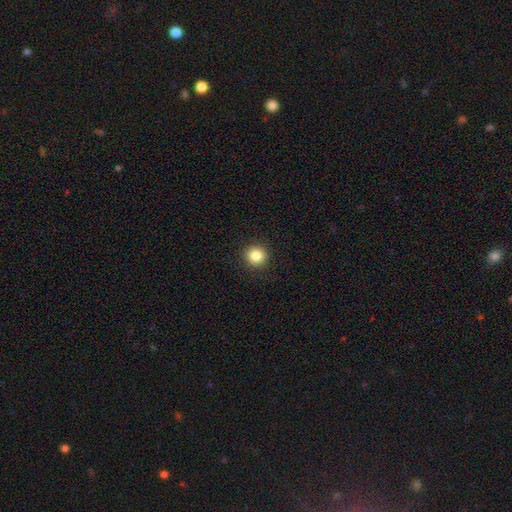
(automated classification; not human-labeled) Smooth or featured?
  - smooth: 84% *
  - star or artifact: 11%
  - featured or disk: 5%
How rounded?
  - round: 94% *
  - in between: 5%
  - cigar-shaped: 1%
Merging?
  - none: 92% *
  - minor disturbance: 5%
  - major disturbance: 2%
  - merger: 1%